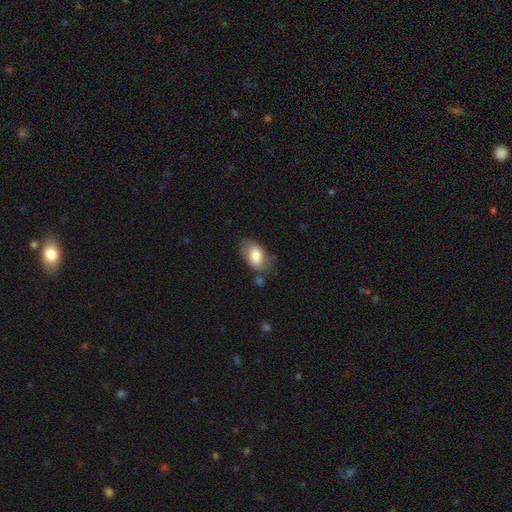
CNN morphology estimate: Smooth or featured? Predicted: smooth (p=0.77). How rounded? Predicted: in between (p=0.93). Merging? Predicted: none (p=0.63).